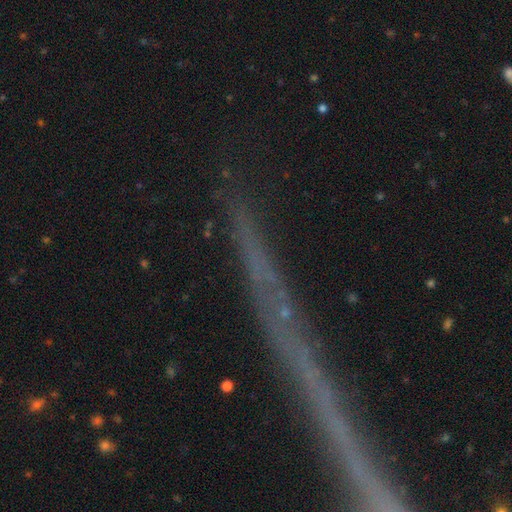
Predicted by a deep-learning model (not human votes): This is possibly a star or artifact rather than a galaxy (53%).